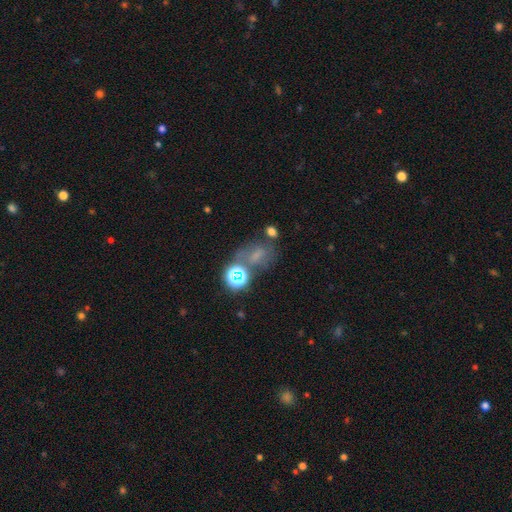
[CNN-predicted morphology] Q: Smooth or featured?
A: star or artifact (38%); tied with: smooth (38%)